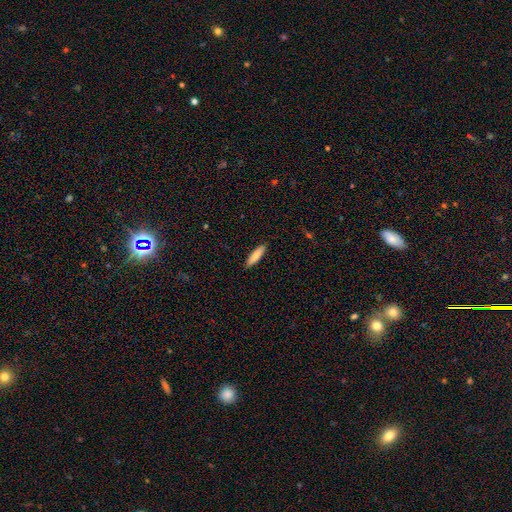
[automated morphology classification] A smooth galaxy with no disk features (81%) that is cigar-shaped (67%).

Vote fractions:
- Smooth or featured? smooth: 81% / featured or disk: 13% / star or artifact: 6%
- How rounded? cigar-shaped: 67% / in between: 32% / round: 1%
- Merging? none: 89% / minor disturbance: 8% / major disturbance: 2% / merger: 1%